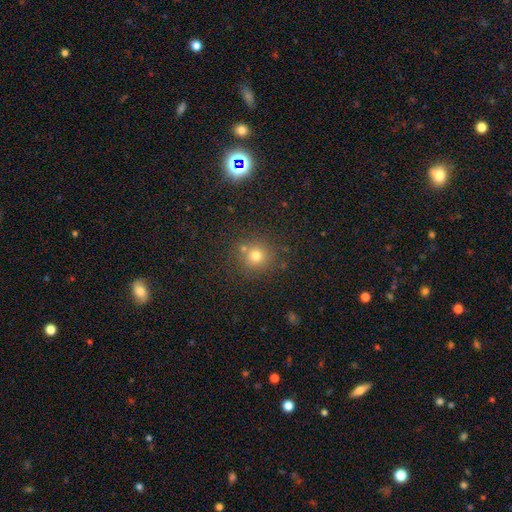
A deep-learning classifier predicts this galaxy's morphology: type=smooth (71%); roundness=round (91%); merging=none (76%).